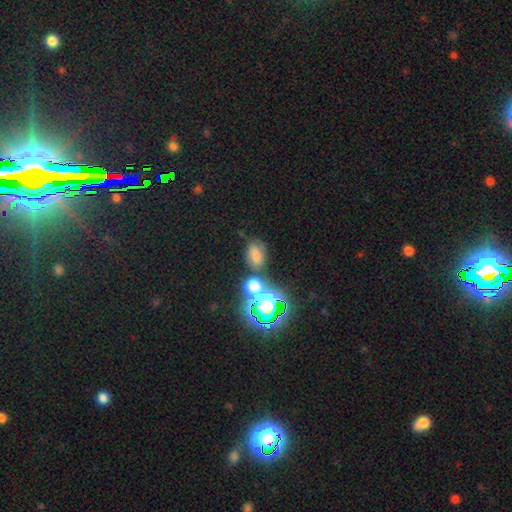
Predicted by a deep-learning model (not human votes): Q: Smooth or featured?
A: smooth (57%); runner-up: star or artifact (32%)
Q: How rounded?
A: in between (72%); runner-up: round (27%)
Q: Merging?
A: none (63%); runner-up: merger (17%)